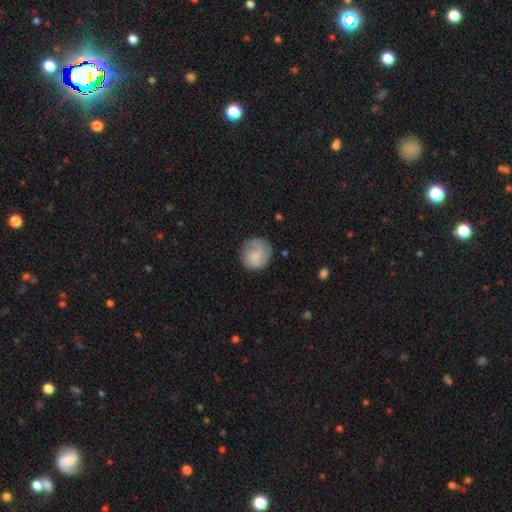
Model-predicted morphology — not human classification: This is likely a smooth galaxy (65%). How rounded: clearly round (89%). Merging: likely none (71%).